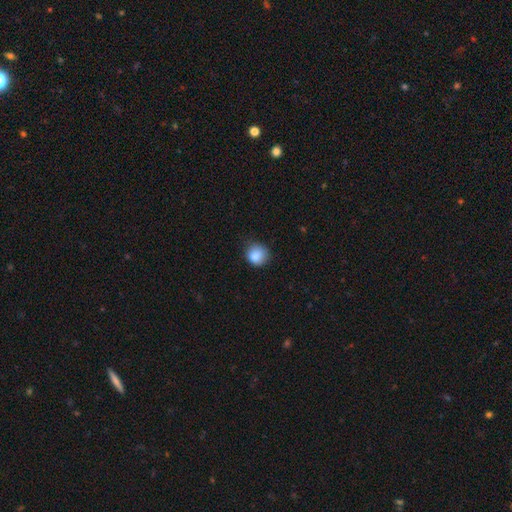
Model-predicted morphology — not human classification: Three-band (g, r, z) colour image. It shows a smooth galaxy with no disk features (86%) that is round (87%). Merging: none (74%).